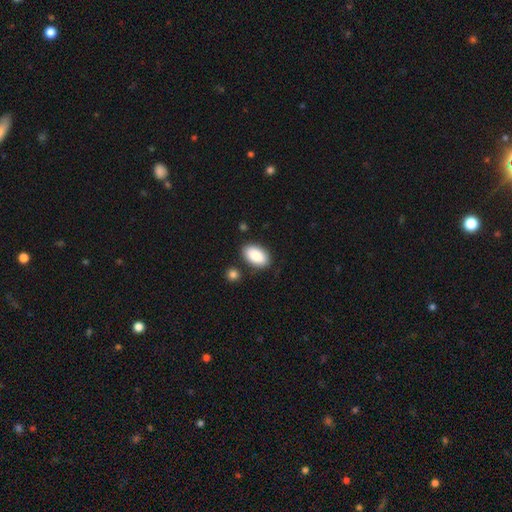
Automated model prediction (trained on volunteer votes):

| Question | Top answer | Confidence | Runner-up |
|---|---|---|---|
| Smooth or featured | smooth | 89% | star or artifact (6%) |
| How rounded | in between | 94% | round (4%) |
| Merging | none | 83% | minor disturbance (10%) |